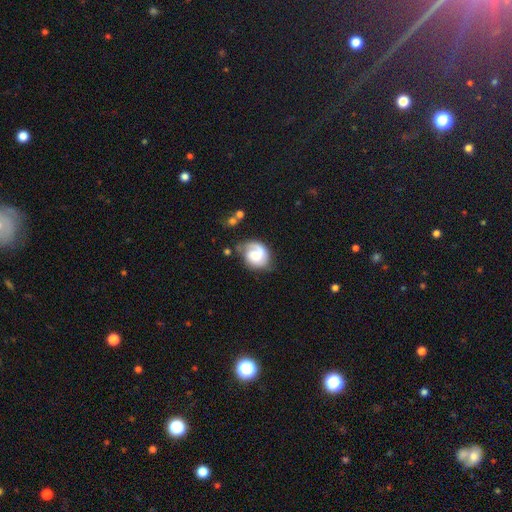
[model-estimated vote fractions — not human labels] A featured or disk galaxy (63%) with no bar (64%), 1 (67%) tight (40%) spiral arms (89%) and a moderate central bulge (36%). Merging: none (52%).